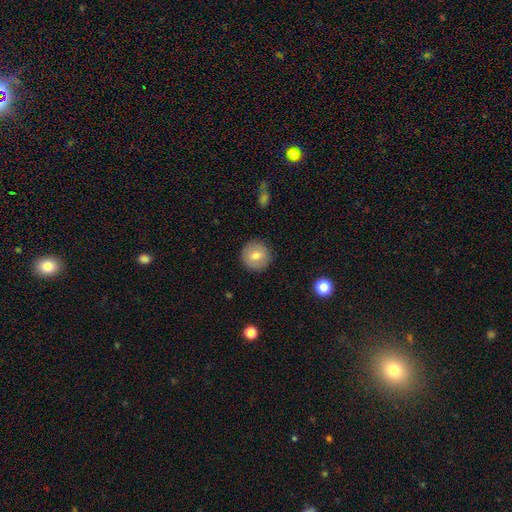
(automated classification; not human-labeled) Q: Smooth or featured?
A: smooth (73%); runner-up: featured or disk (19%)
Q: How rounded?
A: round (94%); runner-up: in between (5%)
Q: Merging?
A: none (90%); runner-up: minor disturbance (7%)